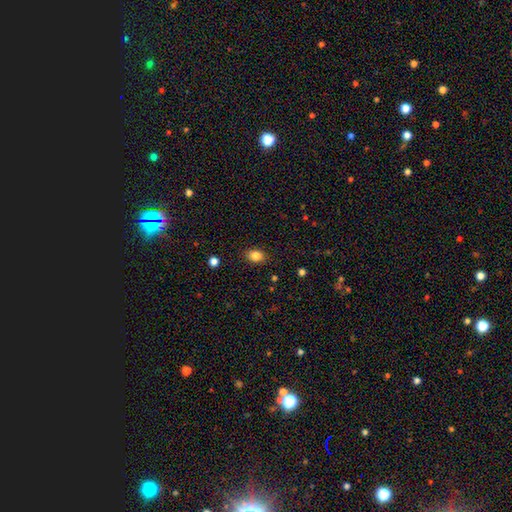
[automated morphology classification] Smooth or featured? Predicted: smooth (p=0.84). How rounded? Predicted: in between (p=0.67). Merging? Predicted: none (p=0.87).